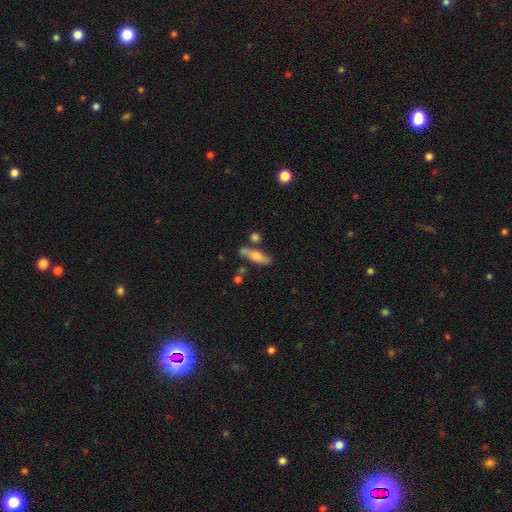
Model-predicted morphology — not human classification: Q: Smooth or featured?
A: smooth (67%); runner-up: featured or disk (25%)
Q: How rounded?
A: cigar-shaped (52%); runner-up: in between (44%)
Q: Merging?
A: none (61%); runner-up: minor disturbance (17%)